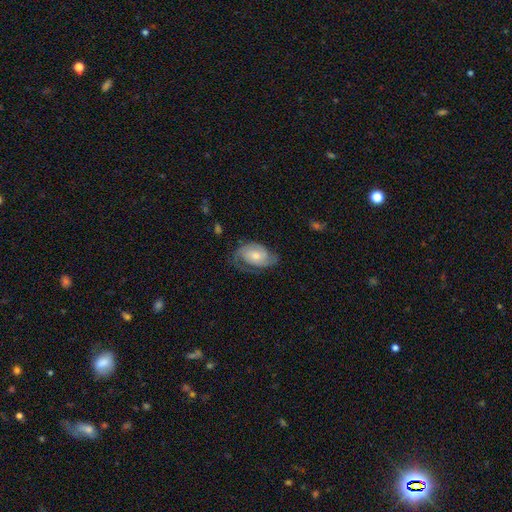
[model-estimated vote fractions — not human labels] Smooth or featured? featured or disk (73%)
Edge-on disk? no (96%)
Bar? no (68%)
Spiral arms? yes (93%)
Spiral winding? medium (42%)
Spiral arm count? 2 (75%)
Bulge size? moderate (49%)
Merging? none (61%)